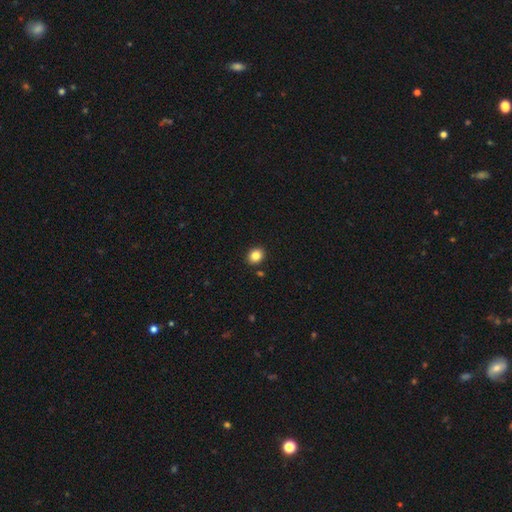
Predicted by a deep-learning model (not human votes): smooth 84%, star or artifact 10%, featured or disk 6%. Down the decision tree: how rounded — round (61%); merging — none (89%).